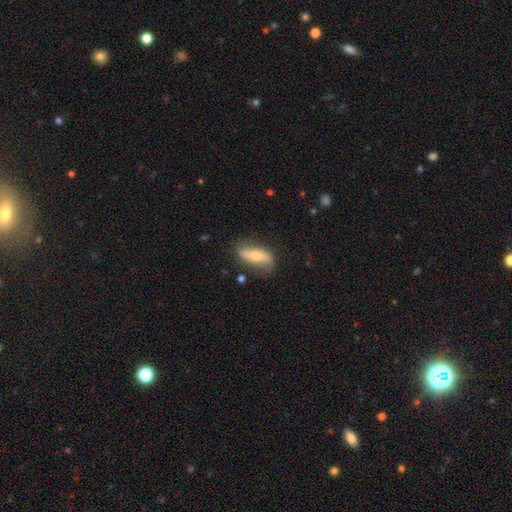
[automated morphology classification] This appears to be a featured or disk galaxy (53%). Merging: none (76%).